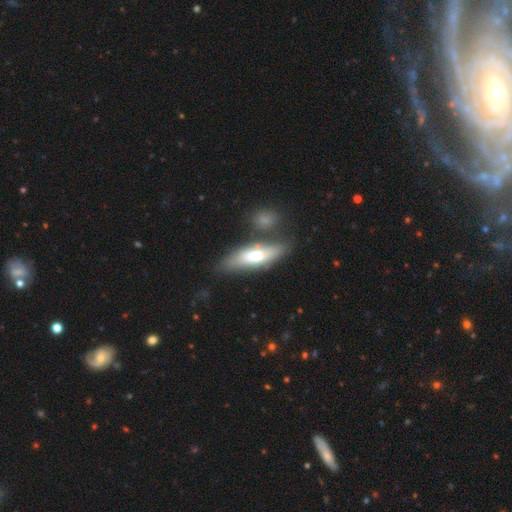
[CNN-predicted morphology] Overall: smooth (52%; featured or disk 41%). How rounded: cigar-shaped (53%; in between 45%). Merging: none (68%).